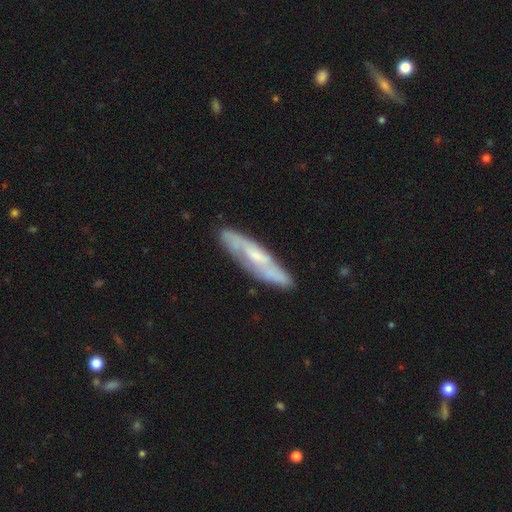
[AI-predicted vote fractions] Morphology: type=featured or disk (61%); edge-on=no (59%); merging=none (77%).